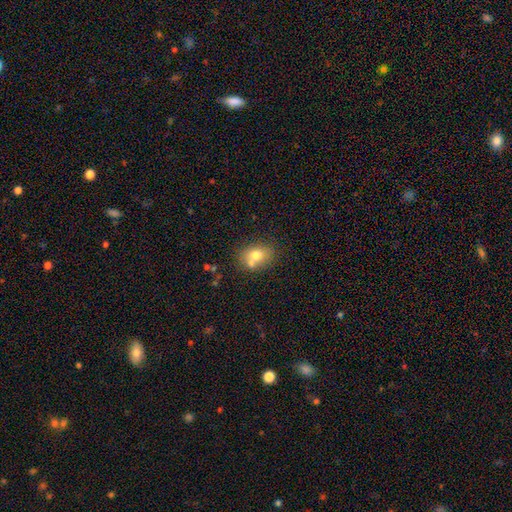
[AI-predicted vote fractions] Smooth or featured? smooth (72%)
How rounded? in between (59%)
Merging? none (56%)